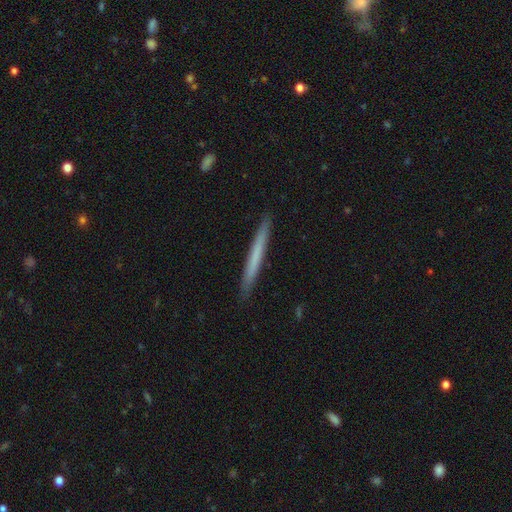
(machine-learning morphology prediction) A smooth galaxy with no disk features (61%) that is cigar-shaped (97%).

Vote fractions:
- Smooth or featured? smooth: 61% / featured or disk: 34% / star or artifact: 6%
- How rounded? cigar-shaped: 97% / in between: 2% / round: 1%
- Merging? none: 92% / minor disturbance: 6% / major disturbance: 1% / merger: 1%